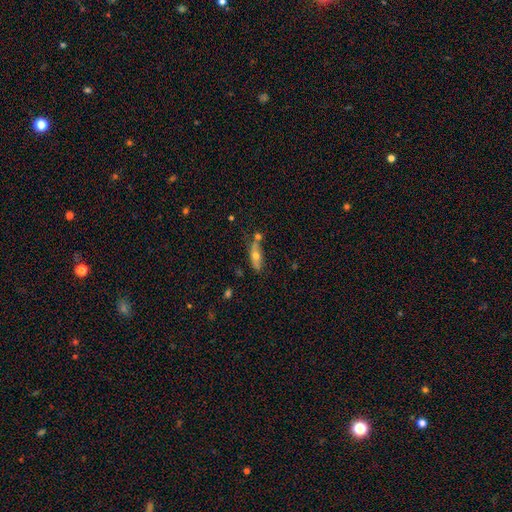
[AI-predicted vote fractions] Q: Smooth or featured?
A: smooth (53%); runner-up: featured or disk (40%)
Q: How rounded?
A: in between (56%); runner-up: cigar-shaped (39%)
Q: Merging?
A: none (56%); runner-up: minor disturbance (20%)